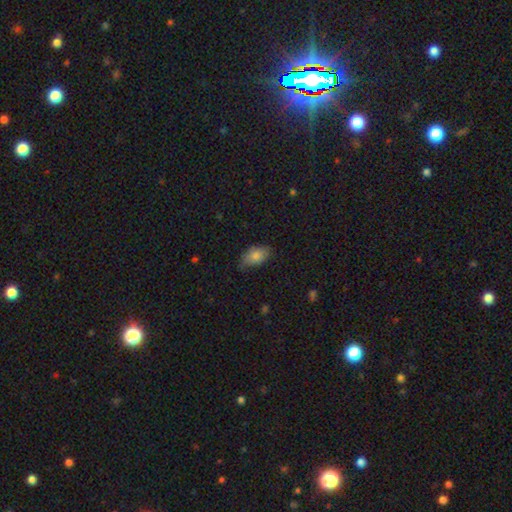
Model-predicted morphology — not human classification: Smooth or featured? Predicted: smooth (p=0.81). How rounded? Predicted: in between (p=0.91). Merging? Predicted: none (p=0.61).